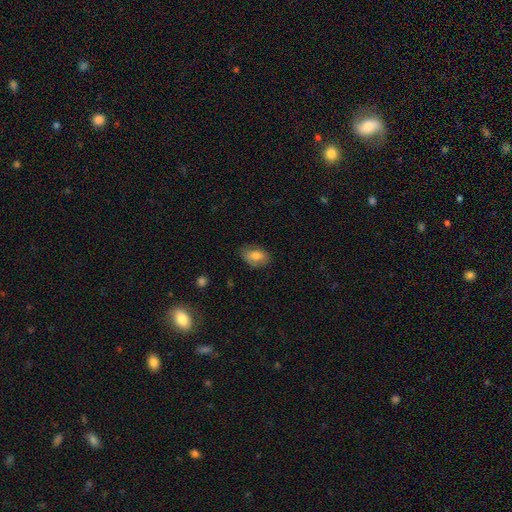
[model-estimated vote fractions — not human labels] A smooth galaxy with no disk features (74%) that is in between round and cigar-shaped (85%).

Vote fractions:
- Smooth or featured? smooth: 74% / featured or disk: 19% / star or artifact: 8%
- How rounded? in between: 85% / round: 14% / cigar-shaped: 2%
- Merging? none: 78% / minor disturbance: 18% / major disturbance: 4% / merger: 1%